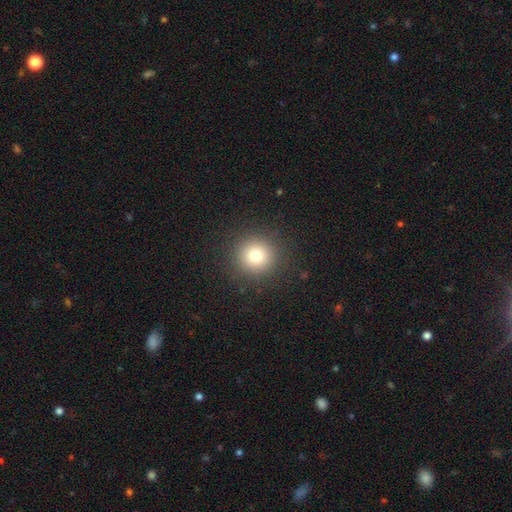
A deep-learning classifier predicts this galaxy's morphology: type=smooth (76%); roundness=round (95%); merging=none (91%).